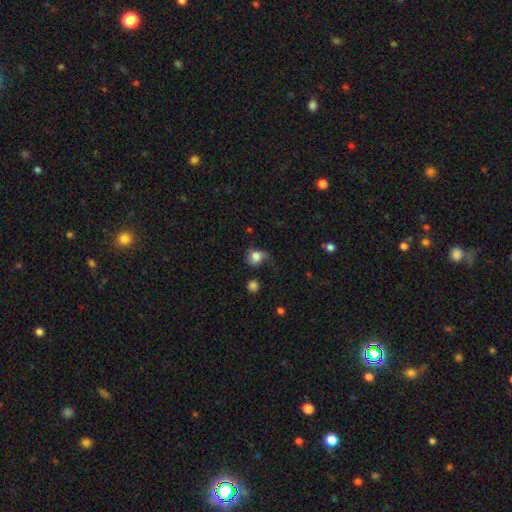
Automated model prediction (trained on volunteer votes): Smooth or featured? Predicted: smooth (p=0.76). How rounded? Predicted: round (p=0.60). Merging? Predicted: none (p=0.37).